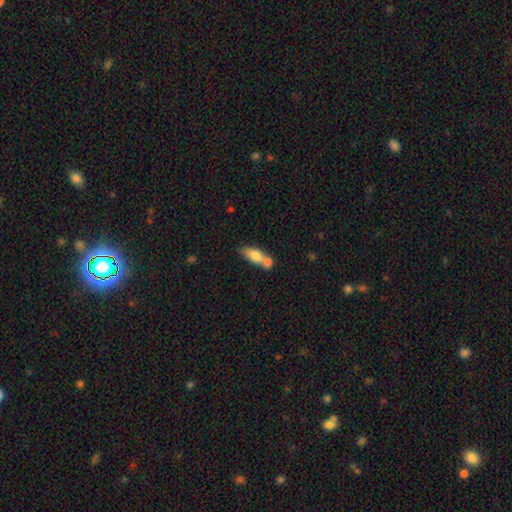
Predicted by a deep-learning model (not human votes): Q: Smooth or featured?
A: smooth (72%); runner-up: featured or disk (21%)
Q: How rounded?
A: in between (73%); runner-up: cigar-shaped (22%)
Q: Merging?
A: merger (52%); runner-up: none (33%)